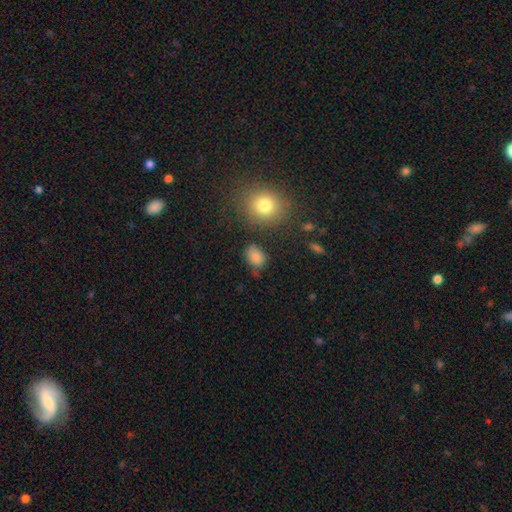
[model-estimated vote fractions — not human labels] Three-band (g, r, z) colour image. It shows a smooth galaxy with no disk features (82%) that is in between round and cigar-shaped (64%). Merging: none (75%).